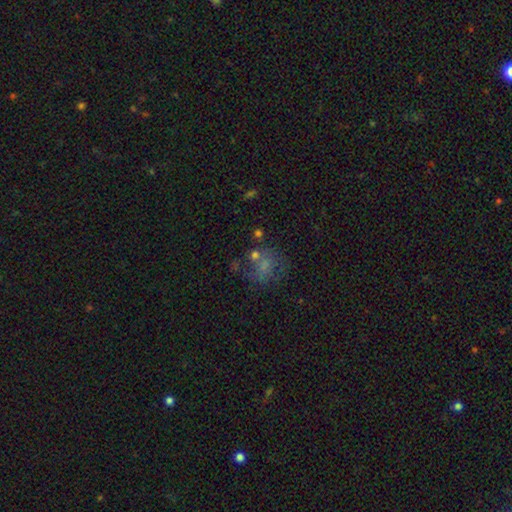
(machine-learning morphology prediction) type=smooth (52%); roundness=round (66%); merging=none (43%).